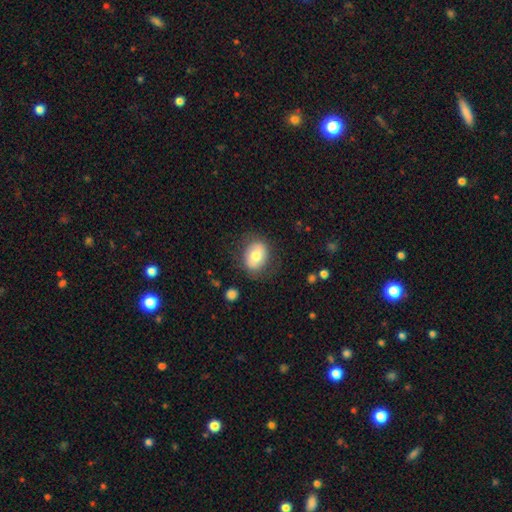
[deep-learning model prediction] Overall: smooth (72%). How rounded: in between (67%; round 32%). Merging: none (78%).